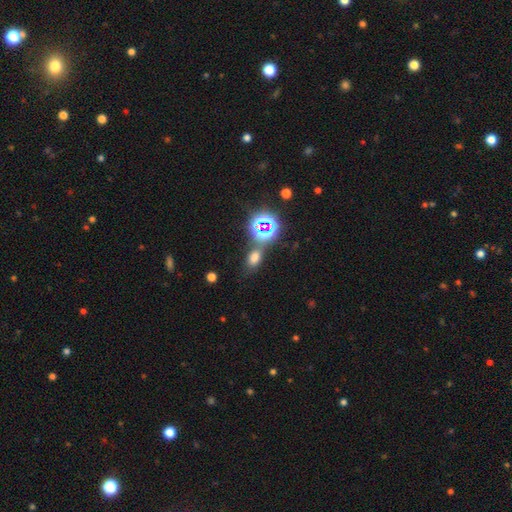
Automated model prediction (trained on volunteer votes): Smooth or featured? Predicted: smooth (p=0.61). How rounded? Predicted: in between (p=0.75). Merging? Predicted: none (p=0.66).